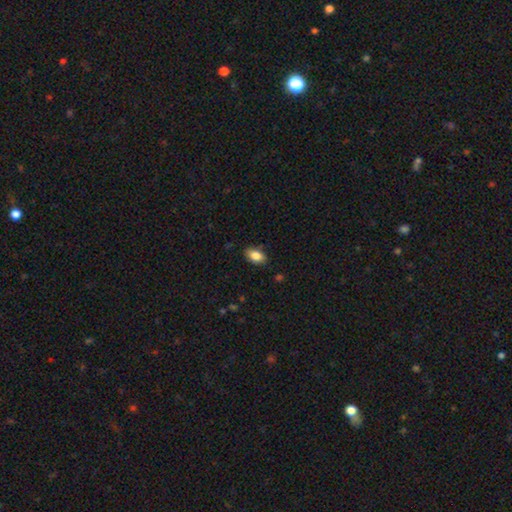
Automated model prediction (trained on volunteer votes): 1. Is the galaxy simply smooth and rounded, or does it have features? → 85% smooth, 8% star or artifact, 7% featured or disk.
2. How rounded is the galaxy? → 89% in between, 9% round, 2% cigar-shaped.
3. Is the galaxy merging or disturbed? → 83% none, 14% minor disturbance, 2% major disturbance, 1% merger.